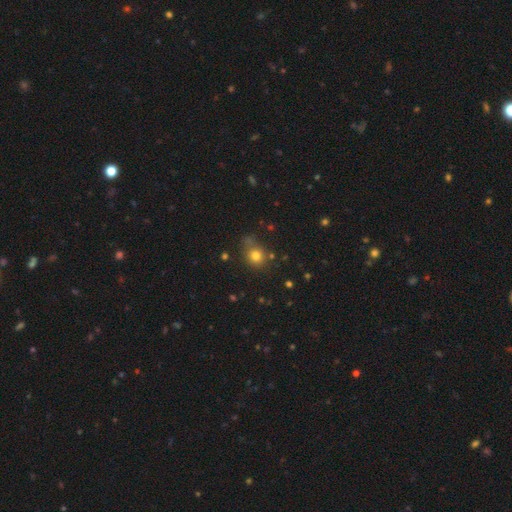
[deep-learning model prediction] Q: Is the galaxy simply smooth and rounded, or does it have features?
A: smooth — 78%.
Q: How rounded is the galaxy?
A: round — 77%.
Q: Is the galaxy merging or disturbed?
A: none — 64%.